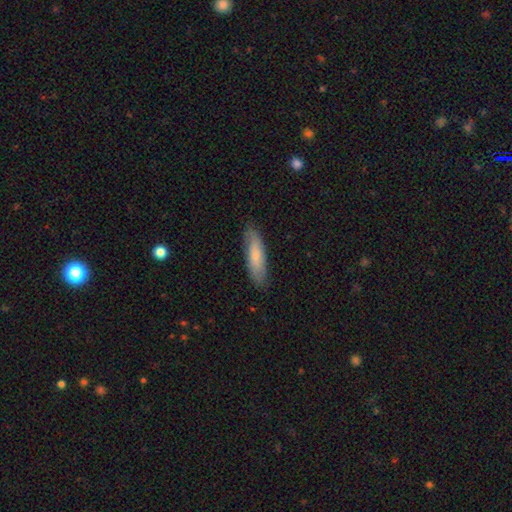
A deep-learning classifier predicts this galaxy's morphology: smooth 71%, featured or disk 24%, star or artifact 6%. Down the decision tree: how rounded — cigar-shaped (60%); merging — none (82%).